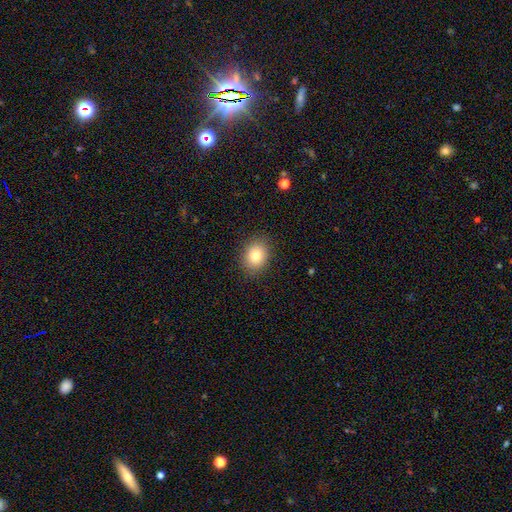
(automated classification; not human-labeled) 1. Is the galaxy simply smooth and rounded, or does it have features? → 81% smooth, 10% star or artifact, 9% featured or disk.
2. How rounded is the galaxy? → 50% round, 49% in between, 1% cigar-shaped.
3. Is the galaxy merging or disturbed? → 88% none, 9% minor disturbance, 3% major disturbance, 1% merger.